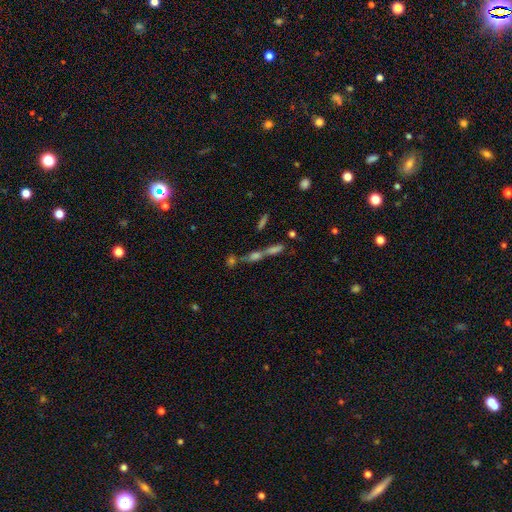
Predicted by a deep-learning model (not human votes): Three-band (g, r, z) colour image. It shows a star or artifact, not a galaxy (40%).